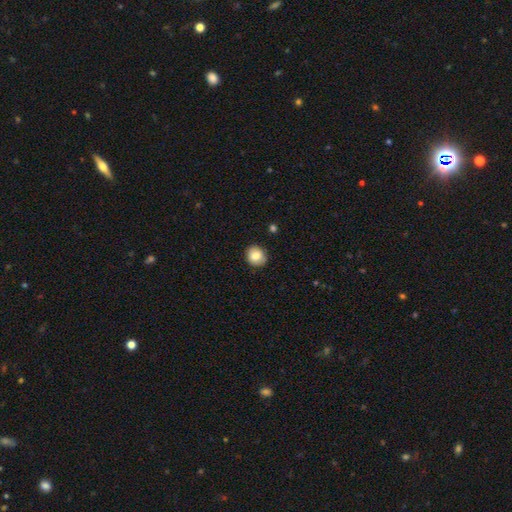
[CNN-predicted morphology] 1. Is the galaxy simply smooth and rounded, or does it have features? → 80% smooth, 11% featured or disk, 9% star or artifact.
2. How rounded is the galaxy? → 80% round, 19% in between, 1% cigar-shaped.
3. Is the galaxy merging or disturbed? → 88% none, 9% minor disturbance, 2% major disturbance, 1% merger.